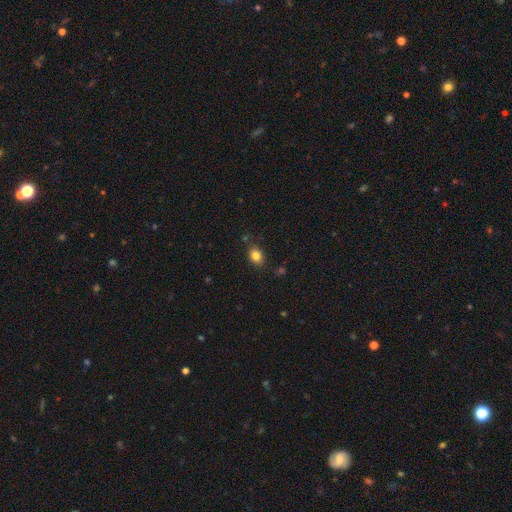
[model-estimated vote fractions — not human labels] Morphology: type=smooth (82%); roundness=in between (62%); merging=none (80%).